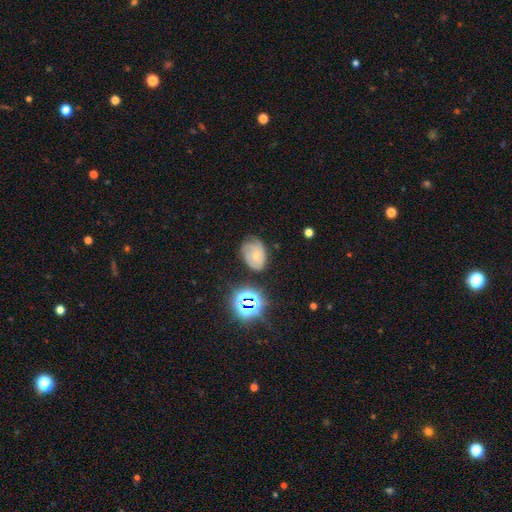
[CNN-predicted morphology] A featured or disk galaxy (47%). Merging: none (55%).